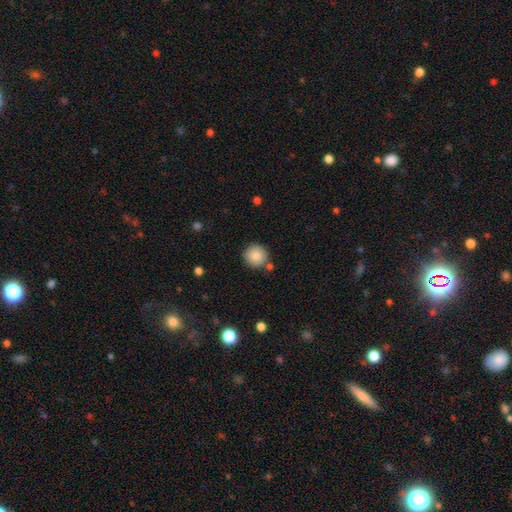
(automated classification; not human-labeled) Q: Smooth or featured?
A: smooth (86%); runner-up: star or artifact (8%)
Q: How rounded?
A: round (93%); runner-up: in between (6%)
Q: Merging?
A: none (83%); runner-up: minor disturbance (9%)